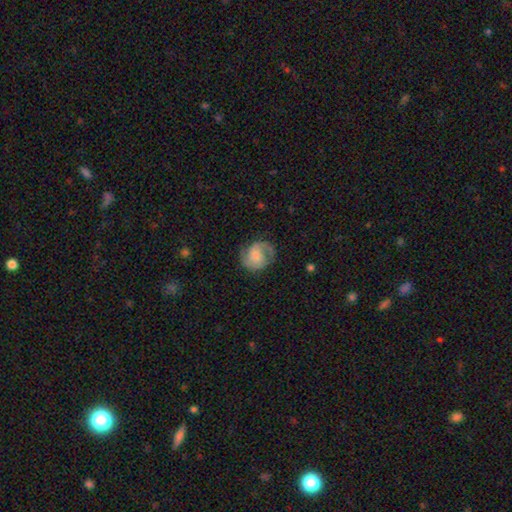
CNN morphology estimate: Smooth or featured? featured or disk (66%)
Edge-on disk? no (98%)
Bar? no (64%)
Spiral arms? yes (92%)
Spiral winding? medium (48%)
Spiral arm count? 2 (80%)
Bulge size? small (34%)
Merging? none (68%)